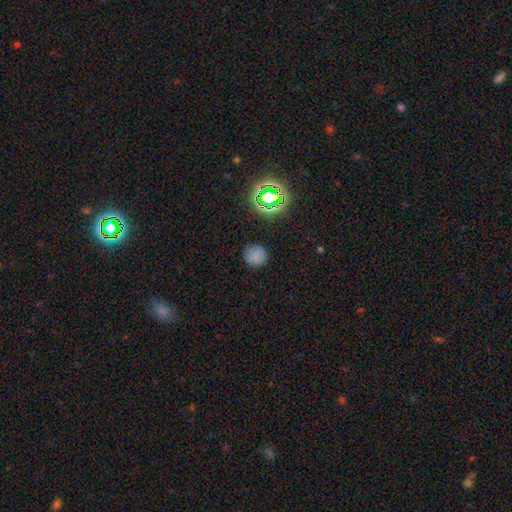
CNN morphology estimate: Smooth or featured? Predicted: smooth (p=0.74). How rounded? Predicted: round (p=0.91). Merging? Predicted: none (p=0.86).